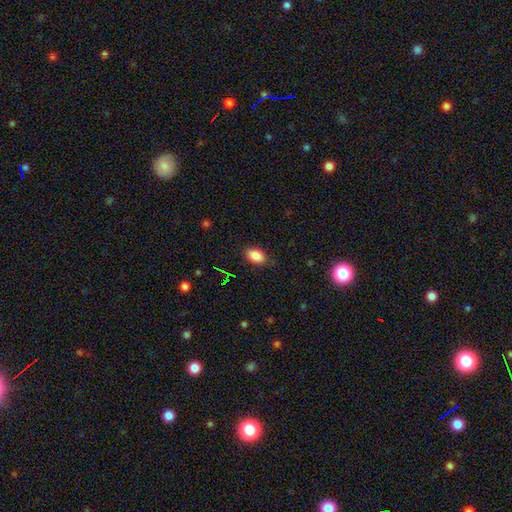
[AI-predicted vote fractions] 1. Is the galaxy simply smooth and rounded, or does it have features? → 86% smooth, 9% star or artifact, 5% featured or disk.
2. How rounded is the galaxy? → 89% in between, 9% round, 2% cigar-shaped.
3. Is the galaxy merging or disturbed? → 85% none, 12% minor disturbance, 3% major disturbance, 1% merger.